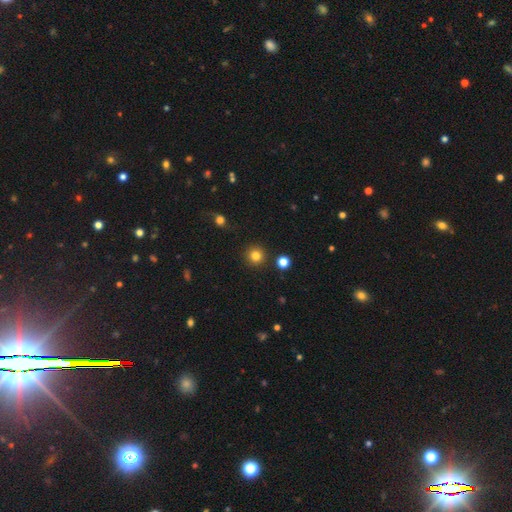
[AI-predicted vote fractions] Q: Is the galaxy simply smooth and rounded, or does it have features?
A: smooth — 83%.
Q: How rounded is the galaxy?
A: round — 95%.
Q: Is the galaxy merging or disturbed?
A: none — 91%.